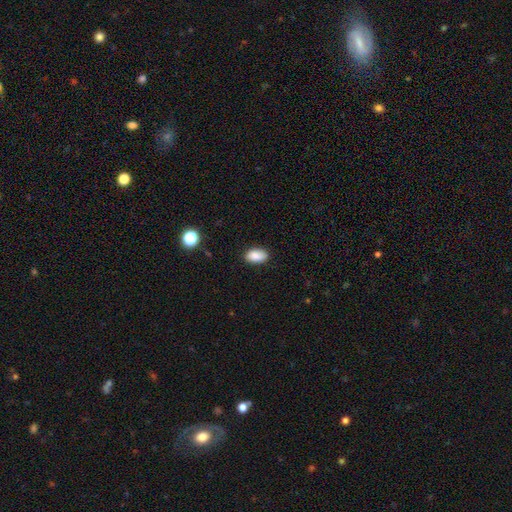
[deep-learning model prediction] This is clearly a smooth galaxy (87%). How rounded: clearly in between (92%). Merging: clearly none (86%).